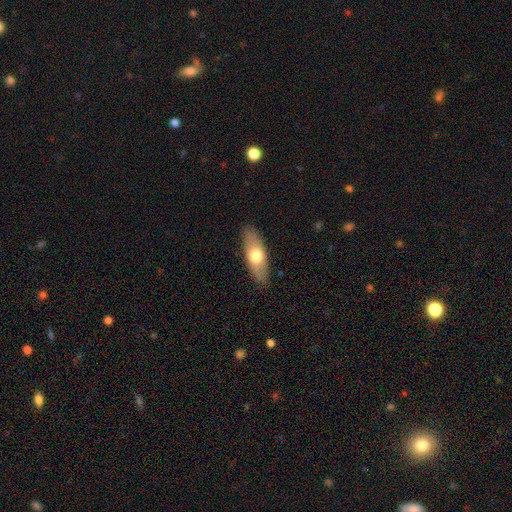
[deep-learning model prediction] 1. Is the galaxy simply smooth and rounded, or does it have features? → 61% smooth, 33% featured or disk, 5% star or artifact.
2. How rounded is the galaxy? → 69% in between, 28% cigar-shaped, 3% round.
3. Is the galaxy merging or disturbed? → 87% none, 10% minor disturbance, 2% major disturbance, 1% merger.